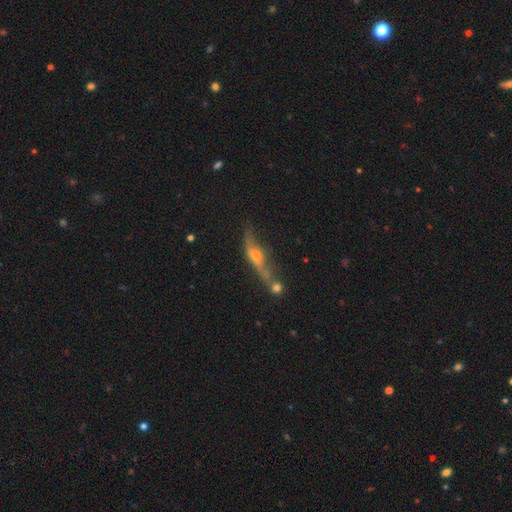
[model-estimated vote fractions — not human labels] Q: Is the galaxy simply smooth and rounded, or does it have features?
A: featured or disk — 66%.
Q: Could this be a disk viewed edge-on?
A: yes — 82%.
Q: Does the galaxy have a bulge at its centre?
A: rounded — 87%.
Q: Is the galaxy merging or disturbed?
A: none — 49%.